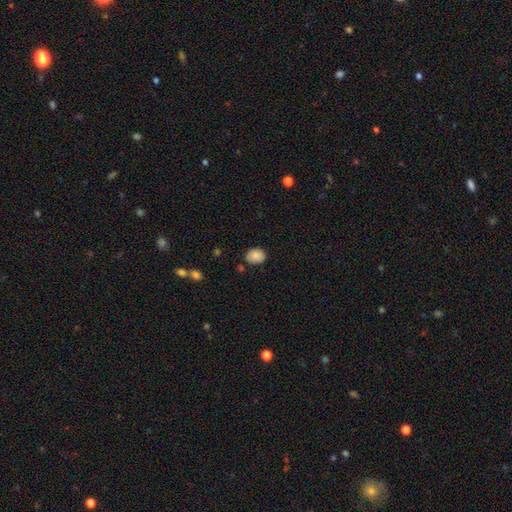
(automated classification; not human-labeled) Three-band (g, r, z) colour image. It shows a smooth galaxy with no disk features (85%) that is in between round and cigar-shaped (53%). Merging: none (71%).